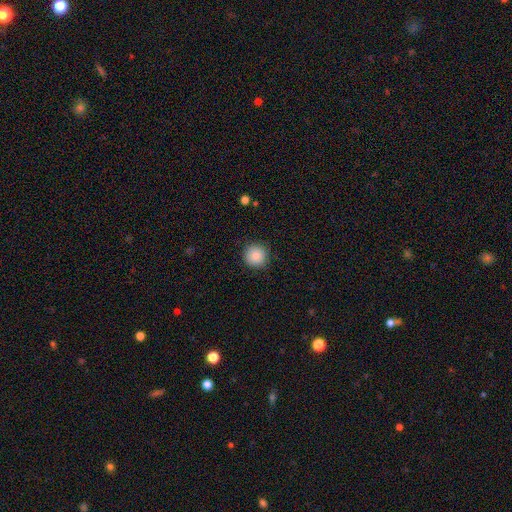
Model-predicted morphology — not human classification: Smooth or featured? Predicted: smooth (p=0.86). How rounded? Predicted: round (p=0.95). Merging? Predicted: none (p=0.89).